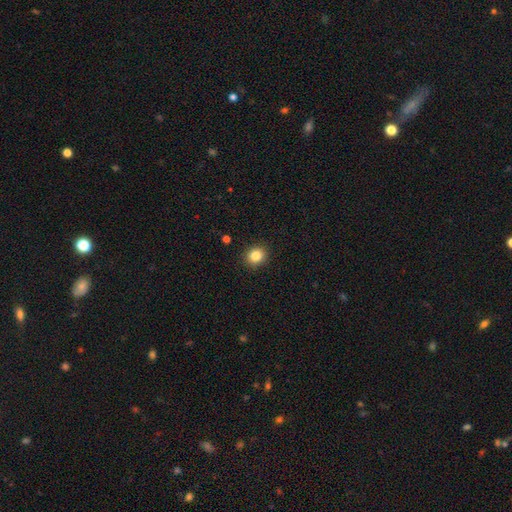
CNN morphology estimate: smooth_or_featured: smooth (p=0.85) [alt: star or artifact p=0.10]
how_rounded: round (p=0.75) [alt: in between p=0.24]
merging: none (p=0.90) [alt: minor disturbance p=0.07]